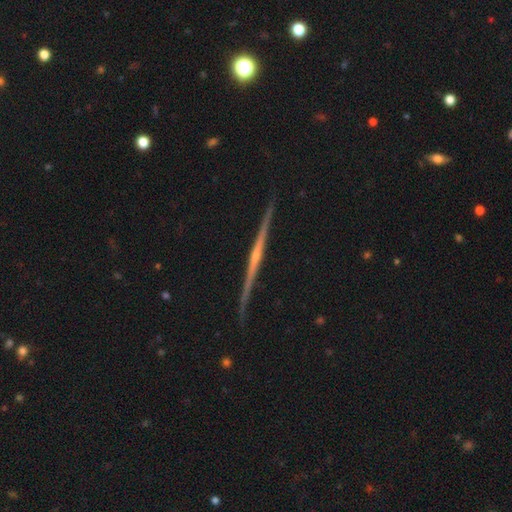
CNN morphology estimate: This is clearly a featured or disk galaxy (86%). It is clearly viewed edge-on (99%). Edge-on bulge: likely rounded (65%). Merging: clearly none (91%).